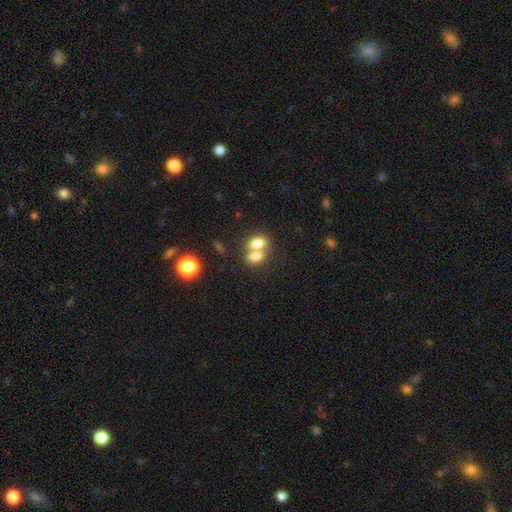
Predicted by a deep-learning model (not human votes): Q: Smooth or featured?
A: smooth (75%); runner-up: featured or disk (14%)
Q: How rounded?
A: in between (72%); runner-up: round (26%)
Q: Merging?
A: merger (66%); runner-up: none (25%)